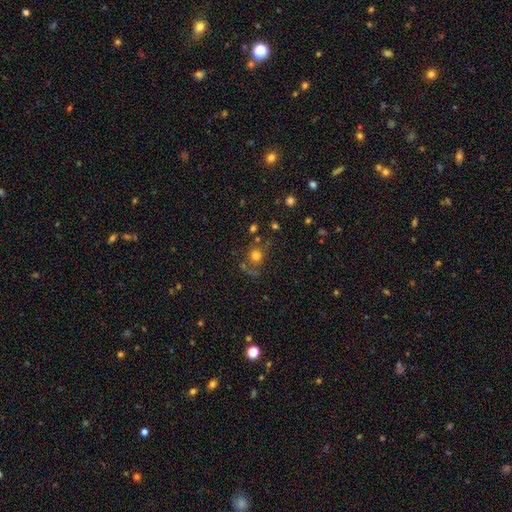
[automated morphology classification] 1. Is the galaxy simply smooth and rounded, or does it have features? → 70% smooth, 16% star or artifact, 14% featured or disk.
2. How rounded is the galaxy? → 87% round, 12% in between, 1% cigar-shaped.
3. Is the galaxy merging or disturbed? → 62% none, 15% minor disturbance, 12% major disturbance, 11% merger.